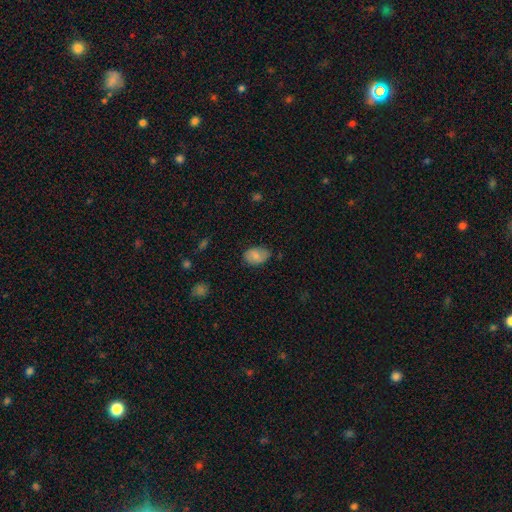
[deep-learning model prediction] Morphology: type=smooth (79%); roundness=in between (86%); merging=none (72%).